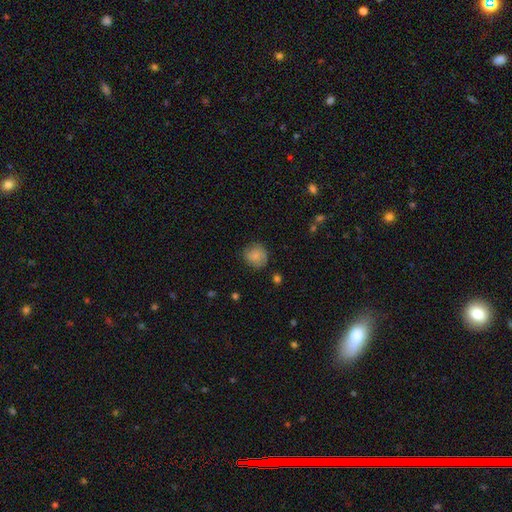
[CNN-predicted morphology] Q: Smooth or featured?
A: smooth (82%); runner-up: featured or disk (10%)
Q: How rounded?
A: round (84%); runner-up: in between (15%)
Q: Merging?
A: none (76%); runner-up: minor disturbance (18%)